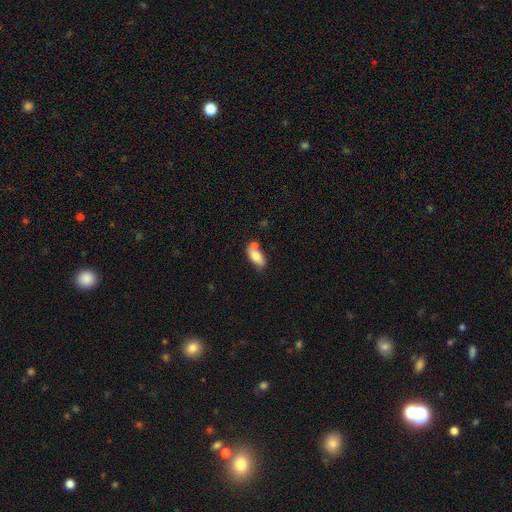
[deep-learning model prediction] Morphology: type=smooth (76%); roundness=in between (87%); merging=none (45%).